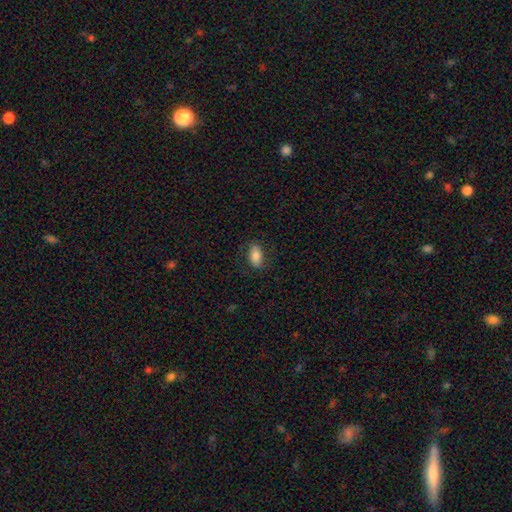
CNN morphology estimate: Smooth or featured: smooth — 81% (featured or disk — 12%)
How rounded: in between — 92% (round — 6%)
Merging: none — 80% (minor disturbance — 14%)